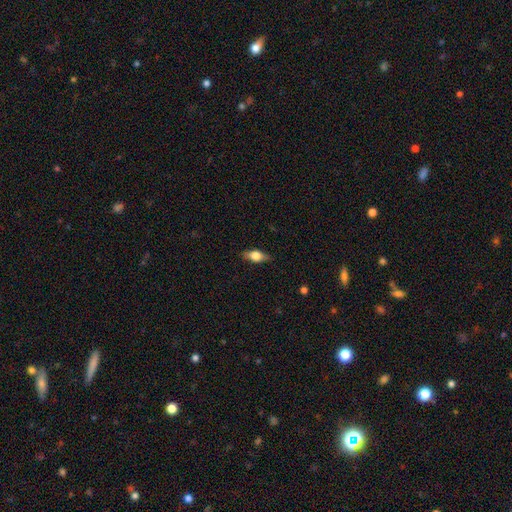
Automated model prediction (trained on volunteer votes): This appears to be a smooth galaxy with no disk features (56%) that is in between round and cigar-shaped (75%). Merging: none (83%).